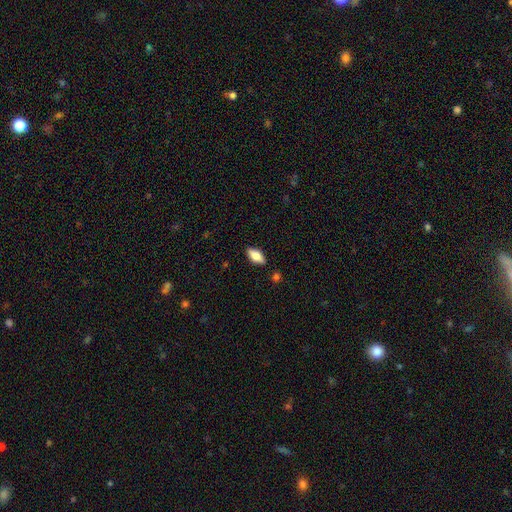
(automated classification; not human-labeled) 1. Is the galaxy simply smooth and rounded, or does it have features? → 71% smooth, 22% featured or disk, 7% star or artifact.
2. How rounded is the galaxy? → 83% in between, 14% cigar-shaped, 3% round.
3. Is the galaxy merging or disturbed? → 87% none, 10% minor disturbance, 2% major disturbance, 2% merger.